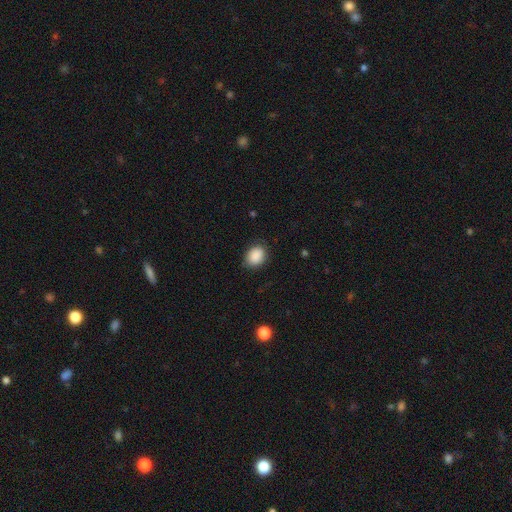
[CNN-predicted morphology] smooth 89%, star or artifact 8%, featured or disk 4%. Down the decision tree: how rounded — in between (57%); merging — none (80%).